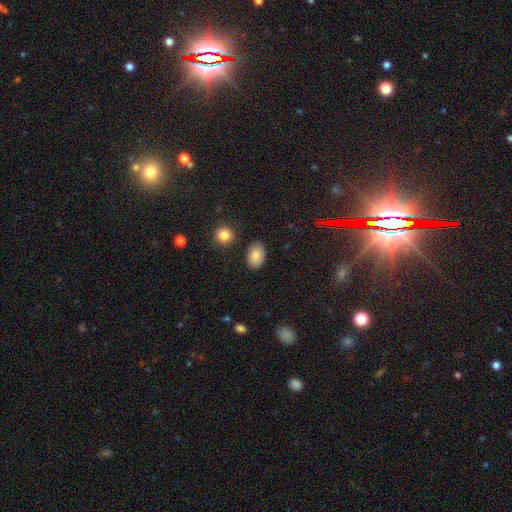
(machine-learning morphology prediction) A smooth galaxy with no disk features (84%) that is in between round and cigar-shaped (87%).

Vote fractions:
- Smooth or featured? smooth: 84% / star or artifact: 9% / featured or disk: 7%
- How rounded? in between: 87% / round: 11% / cigar-shaped: 1%
- Merging? none: 85% / minor disturbance: 10% / major disturbance: 2% / merger: 2%